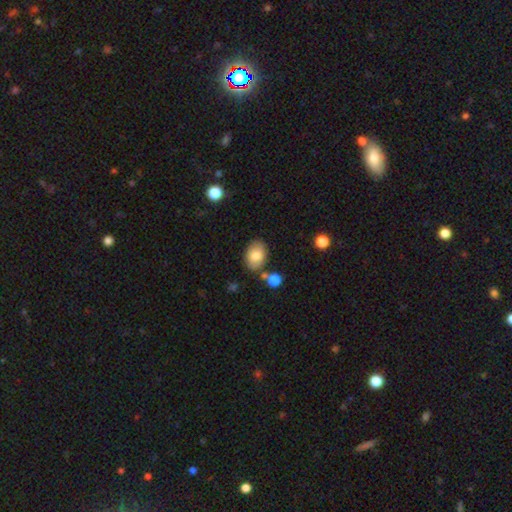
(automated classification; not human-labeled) Morphology: type=smooth (79%); roundness=in between (81%); merging=none (76%).